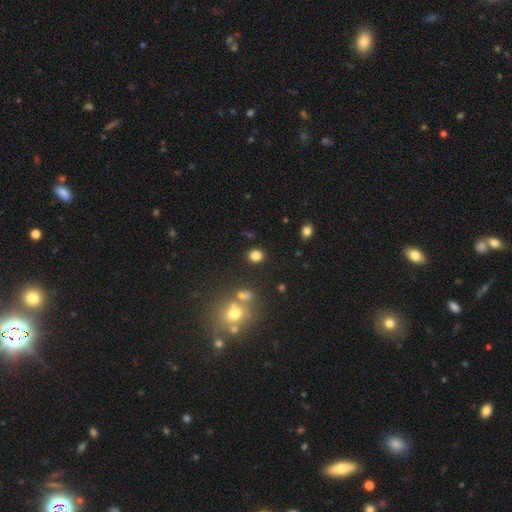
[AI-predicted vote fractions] This appears to be a smooth galaxy with no disk features (81%) that is round (67%). Merging: none (84%).